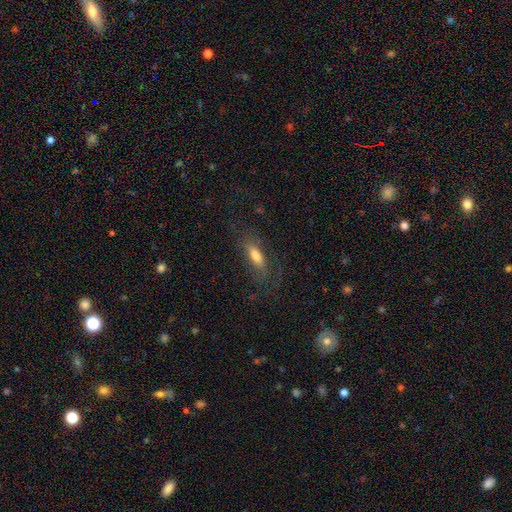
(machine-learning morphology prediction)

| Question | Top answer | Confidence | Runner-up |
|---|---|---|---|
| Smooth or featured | smooth | 65% | featured or disk (27%) |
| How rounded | in between | 65% | cigar-shaped (32%) |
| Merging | none | 69% | minor disturbance (17%) |